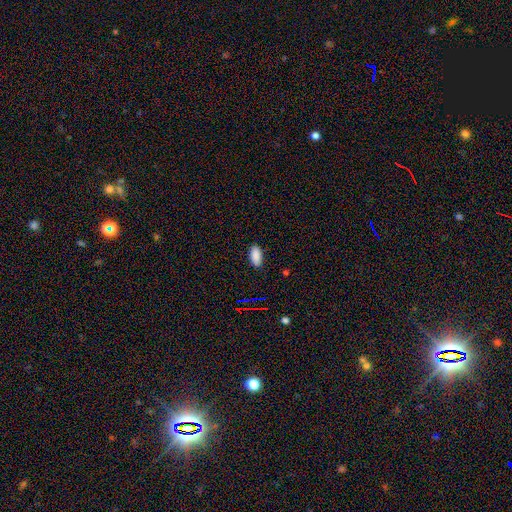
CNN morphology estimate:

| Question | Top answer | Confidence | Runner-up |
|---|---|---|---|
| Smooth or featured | smooth | 88% | star or artifact (9%) |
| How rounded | in between | 90% | cigar-shaped (7%) |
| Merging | none | 87% | minor disturbance (10%) |